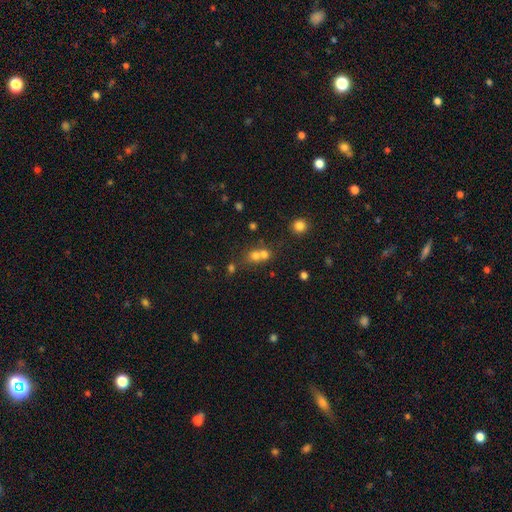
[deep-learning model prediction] A smooth galaxy with no disk features (68%) that is round (76%).

Vote fractions:
- Smooth or featured? smooth: 68% / star or artifact: 18% / featured or disk: 14%
- How rounded? round: 76% / in between: 23% / cigar-shaped: 1%
- Merging? merger: 58% / none: 33% / minor disturbance: 6% / major disturbance: 3%